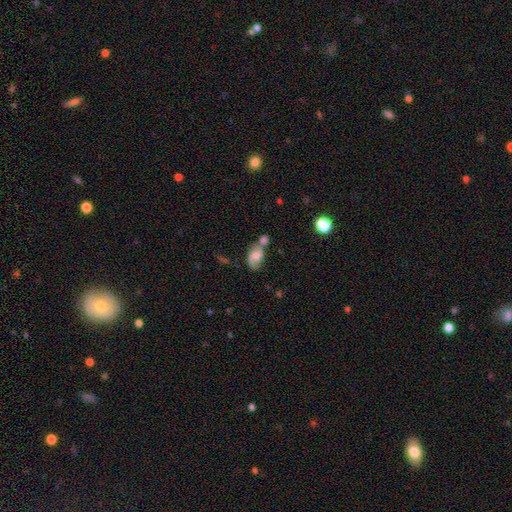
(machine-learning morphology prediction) This appears to be a featured or disk galaxy (56%) with no bar (55%), spiral arms (86%) and a moderate central bulge (41%). Merging: none (39%).